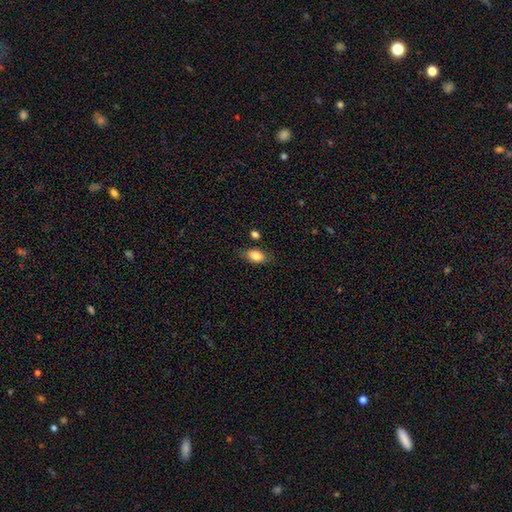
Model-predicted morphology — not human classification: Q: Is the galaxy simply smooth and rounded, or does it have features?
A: smooth — 84%.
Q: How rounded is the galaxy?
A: in between — 87%.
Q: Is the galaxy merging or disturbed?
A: none — 76%.